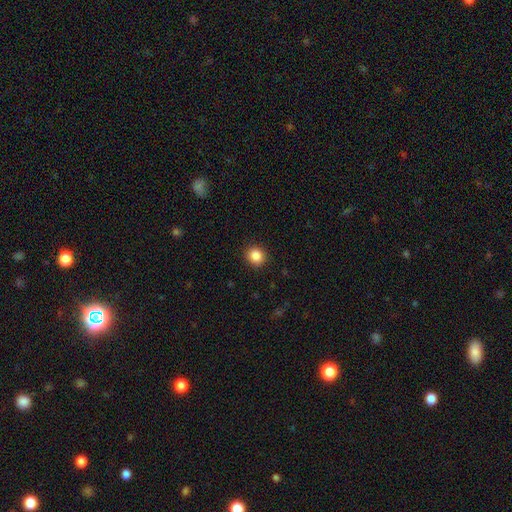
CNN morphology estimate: The model was most divided on "smooth or featured": smooth: 86%, star or artifact: 10%, featured or disk: 4%. More confident: merging — none (91%); how rounded — round (88%).